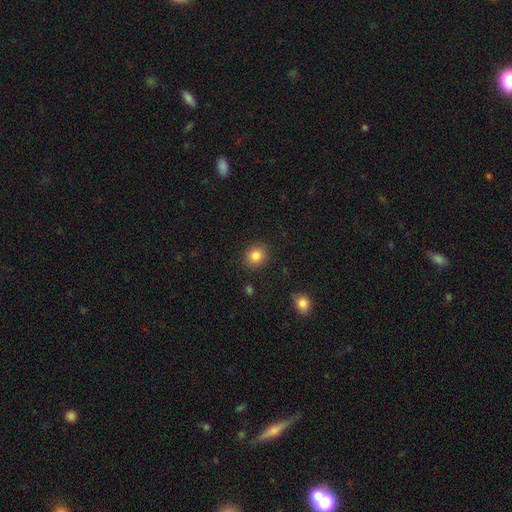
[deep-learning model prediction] Smooth or featured?
  - smooth: 85% *
  - star or artifact: 10%
  - featured or disk: 5%
How rounded?
  - round: 78% *
  - in between: 21%
  - cigar-shaped: 1%
Merging?
  - none: 89% *
  - minor disturbance: 8%
  - major disturbance: 2%
  - merger: 1%